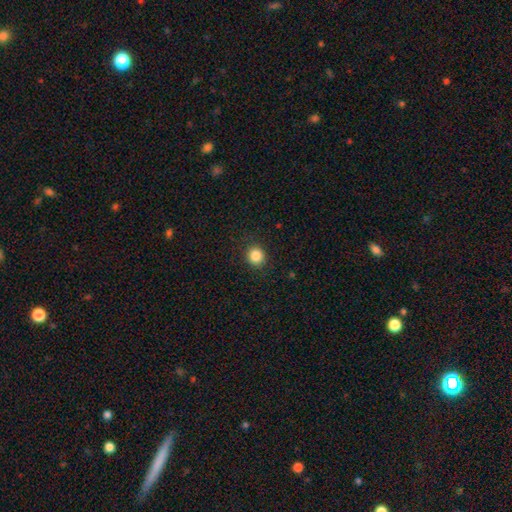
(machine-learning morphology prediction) Overall: smooth (86%). How rounded: round (88%). Merging: none (90%).